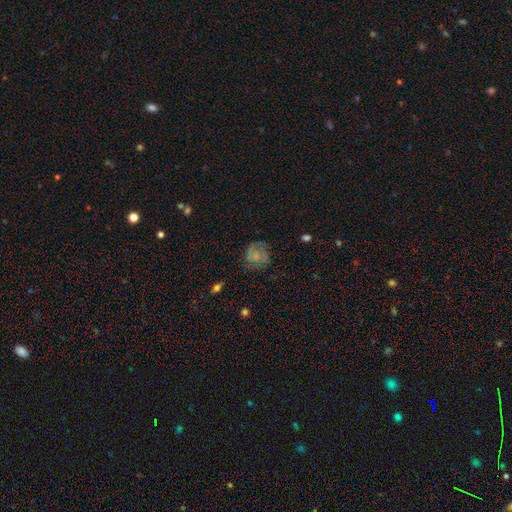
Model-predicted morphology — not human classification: smooth 51%, featured or disk 37%, star or artifact 11%. Down the decision tree: how rounded — round (76%); merging — none (60%).